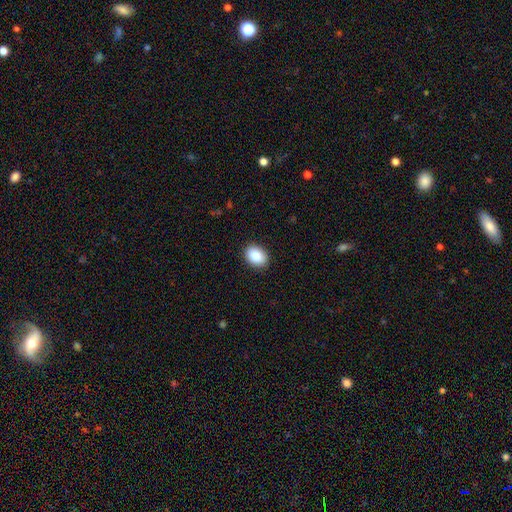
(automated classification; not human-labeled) Smooth or featured?
  - smooth: 84% *
  - star or artifact: 8%
  - featured or disk: 8%
How rounded?
  - in between: 66% *
  - round: 33%
  - cigar-shaped: 1%
Merging?
  - none: 90% *
  - minor disturbance: 7%
  - major disturbance: 2%
  - merger: 1%